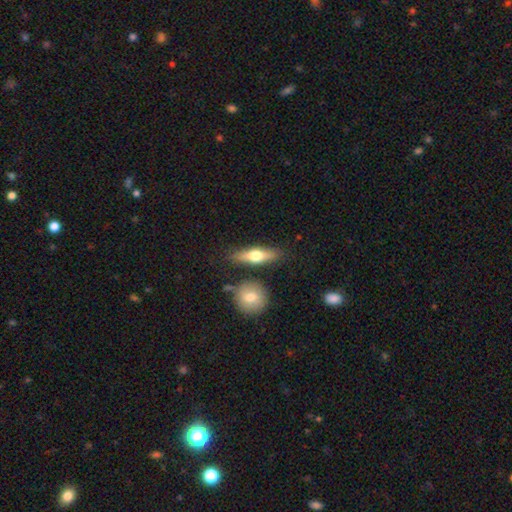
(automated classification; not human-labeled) The model was most divided on "smooth or featured": smooth: 50%, featured or disk: 44%, star or artifact: 6%. More confident: merging — none (80%); how rounded — cigar-shaped (53%).